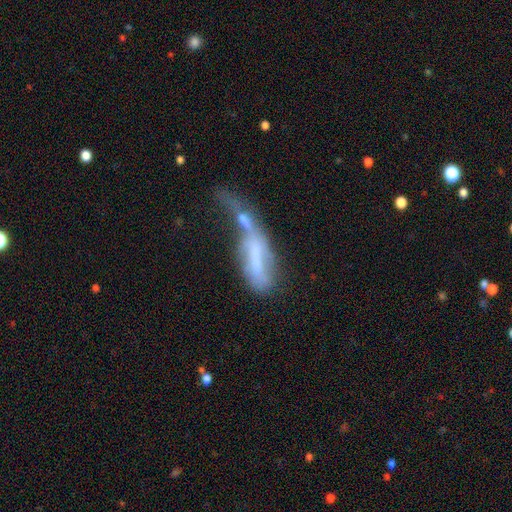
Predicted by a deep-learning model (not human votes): featured or disk 48%, smooth 42%, star or artifact 10%. Down the decision tree: merging — merger (44%).